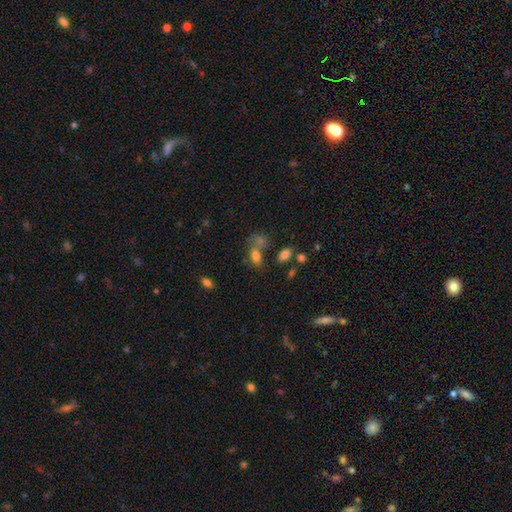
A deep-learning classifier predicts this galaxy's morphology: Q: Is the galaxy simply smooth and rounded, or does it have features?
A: smooth — 75%.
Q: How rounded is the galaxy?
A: in between — 85%.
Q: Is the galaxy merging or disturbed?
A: none — 43%.